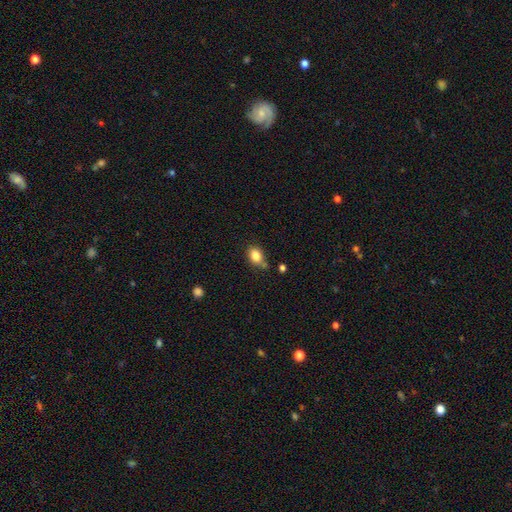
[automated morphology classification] smooth 83%, star or artifact 10%, featured or disk 7%. Down the decision tree: how rounded — in between (68%); merging — none (63%).